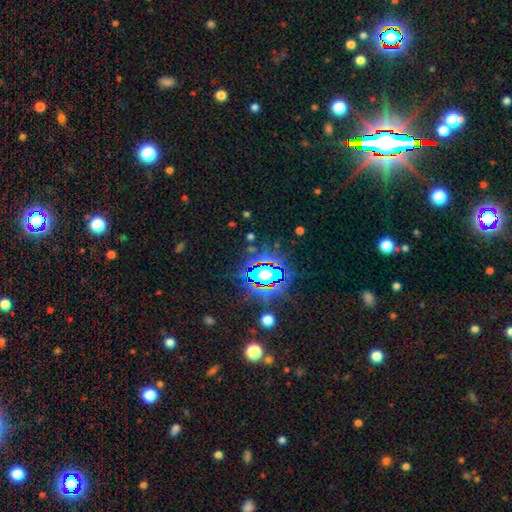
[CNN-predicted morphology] A star or artifact, not a galaxy (80%).